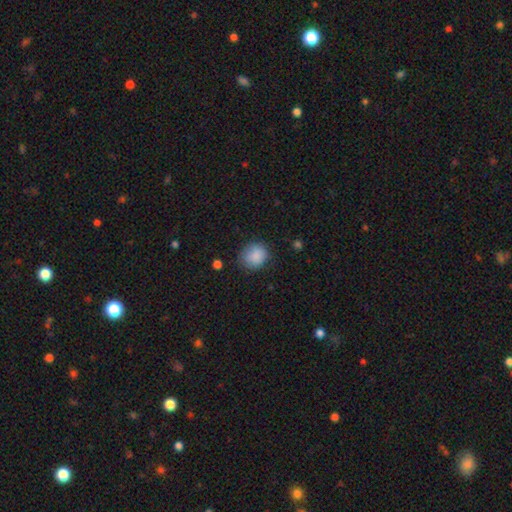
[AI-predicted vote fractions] Morphology: type=smooth (87%); roundness=round (72%); merging=none (73%).